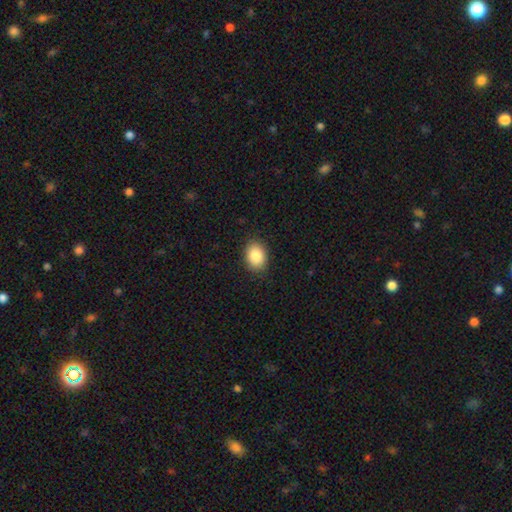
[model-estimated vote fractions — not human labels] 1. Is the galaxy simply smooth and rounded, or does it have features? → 87% smooth, 8% star or artifact, 5% featured or disk.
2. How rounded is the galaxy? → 69% in between, 30% round, 1% cigar-shaped.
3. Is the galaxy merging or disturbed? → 88% none, 9% minor disturbance, 2% major disturbance, 1% merger.